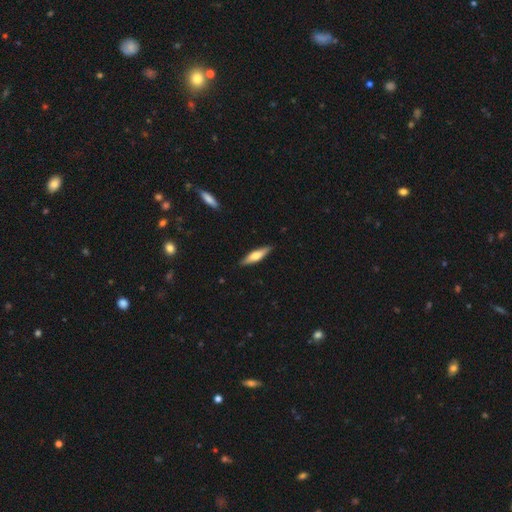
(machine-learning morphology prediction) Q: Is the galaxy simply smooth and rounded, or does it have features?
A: smooth — 55%.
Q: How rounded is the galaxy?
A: cigar-shaped — 69%.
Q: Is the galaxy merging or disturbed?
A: none — 89%.